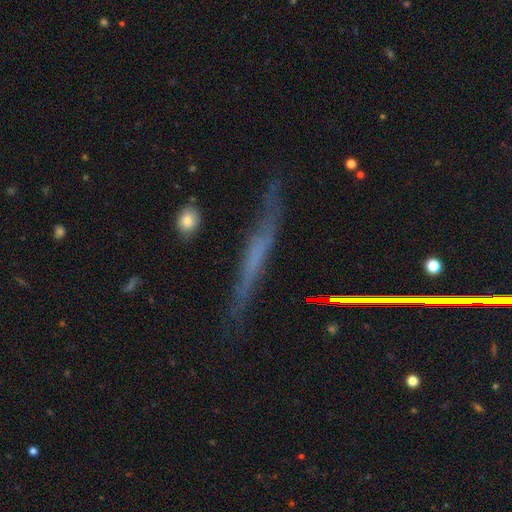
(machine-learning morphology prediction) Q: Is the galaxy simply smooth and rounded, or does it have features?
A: featured or disk — 54%.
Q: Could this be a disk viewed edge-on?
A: yes — 89%.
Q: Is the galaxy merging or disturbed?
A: none — 75%.